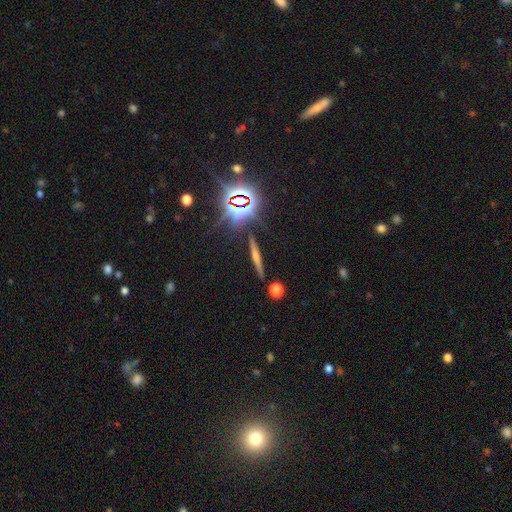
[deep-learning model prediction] Smooth or featured? Predicted: featured or disk (p=0.46). Merging? Predicted: none (p=0.86).